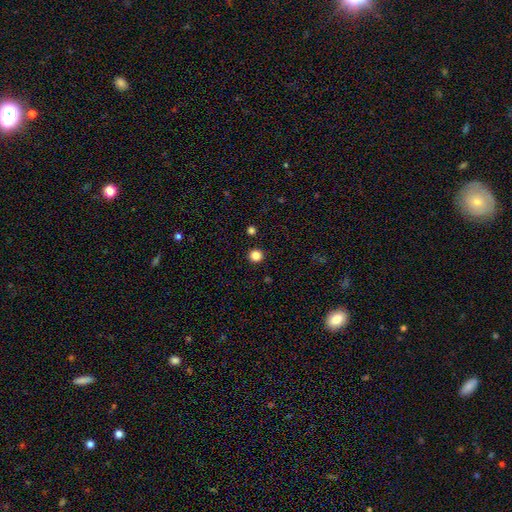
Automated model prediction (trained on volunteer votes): This appears to be a smooth galaxy with no disk features (84%) that is round (95%). Merging: none (93%).